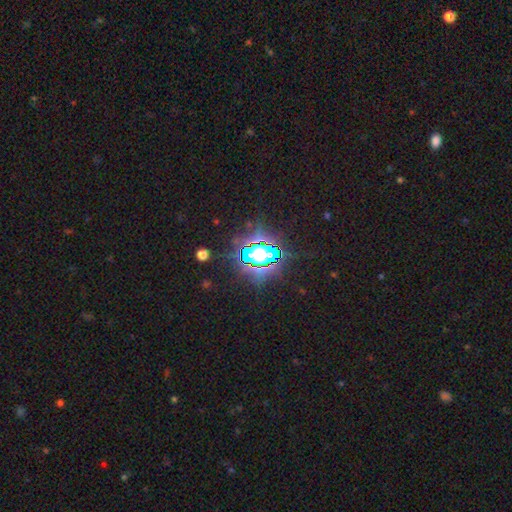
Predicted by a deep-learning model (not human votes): This appears to be a star or artifact, not a galaxy (77%).